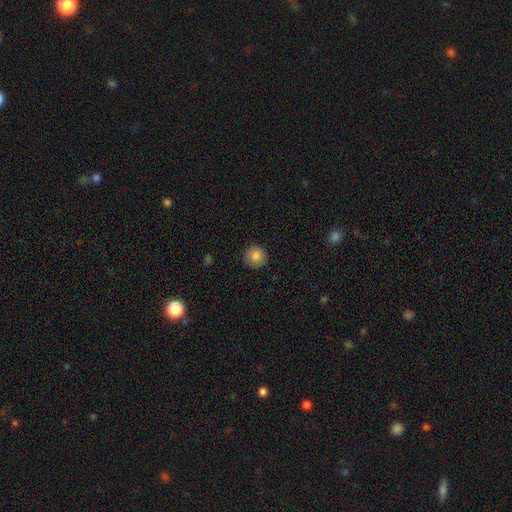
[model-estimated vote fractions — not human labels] Smooth or featured? Predicted: smooth (p=0.83). How rounded? Predicted: round (p=0.94). Merging? Predicted: none (p=0.89).